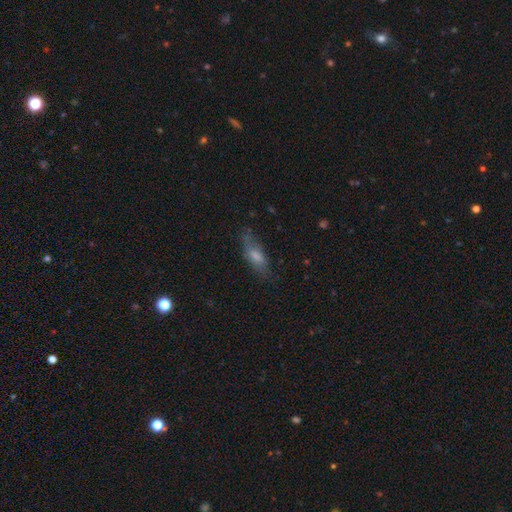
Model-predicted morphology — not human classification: A smooth galaxy with no disk features (64%) that is in between round and cigar-shaped (62%). Merging: none (66%).